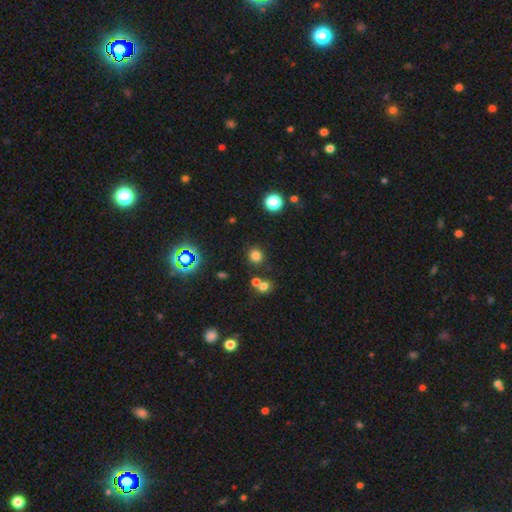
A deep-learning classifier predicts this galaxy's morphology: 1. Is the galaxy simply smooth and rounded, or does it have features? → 73% smooth, 21% star or artifact, 6% featured or disk.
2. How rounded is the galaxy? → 90% round, 9% in between, 1% cigar-shaped.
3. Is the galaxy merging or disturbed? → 81% none, 9% merger, 7% minor disturbance, 3% major disturbance.